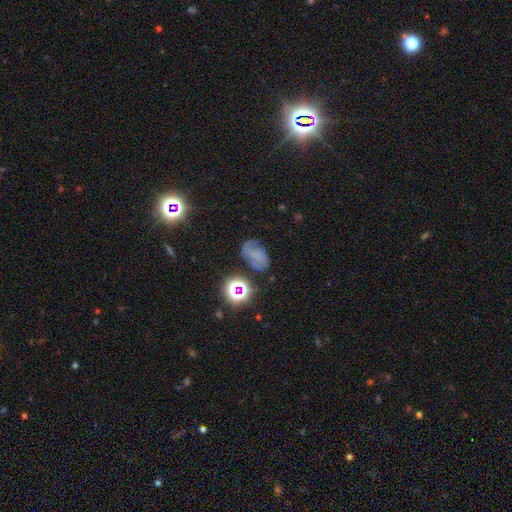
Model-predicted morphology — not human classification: This appears to be a featured or disk galaxy (44%). Merging: none (63%).